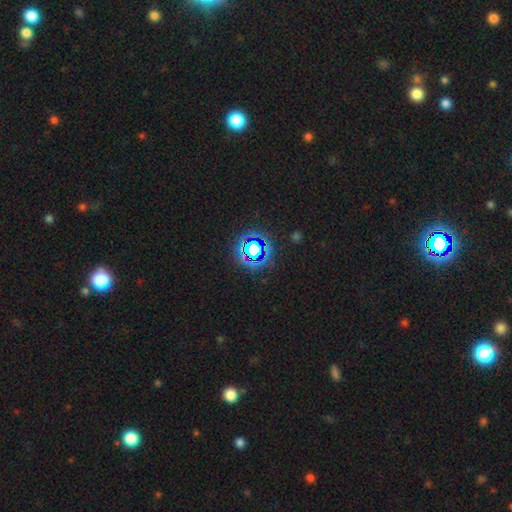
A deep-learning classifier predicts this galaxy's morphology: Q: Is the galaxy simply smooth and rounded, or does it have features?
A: star or artifact — 78%.